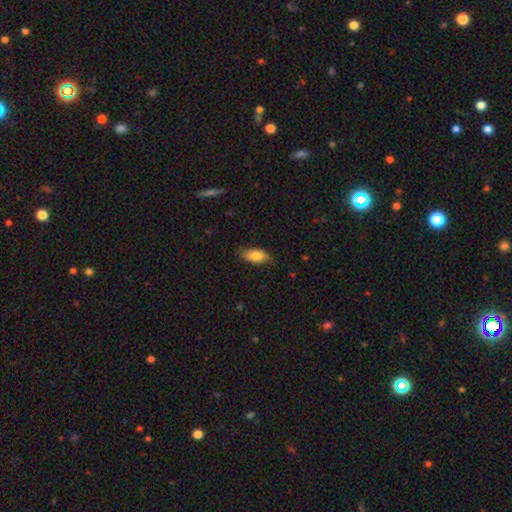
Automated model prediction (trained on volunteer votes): smooth_or_featured: smooth (p=0.83) [alt: featured or disk p=0.11]
how_rounded: in between (p=0.88) [alt: cigar-shaped p=0.10]
merging: none (p=0.80) [alt: minor disturbance p=0.16]